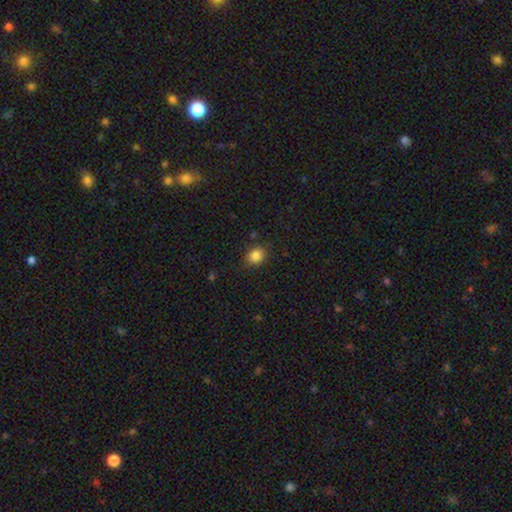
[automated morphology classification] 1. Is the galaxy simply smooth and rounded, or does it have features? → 85% smooth, 10% star or artifact, 5% featured or disk.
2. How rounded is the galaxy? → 60% round, 39% in between, 1% cigar-shaped.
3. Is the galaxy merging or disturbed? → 85% none, 11% minor disturbance, 3% major disturbance, 1% merger.